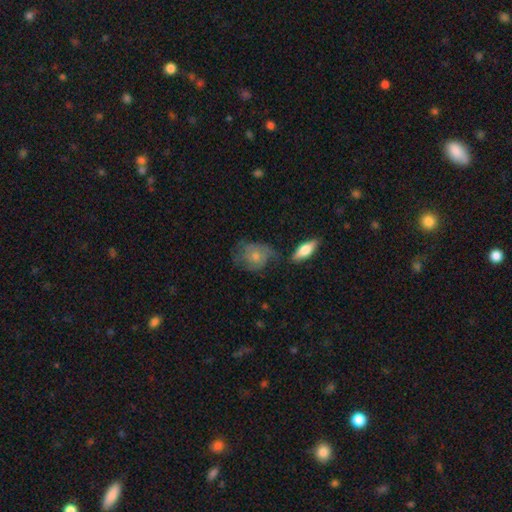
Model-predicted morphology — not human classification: A smooth galaxy with no disk features (58%) that is round (50%).

Vote fractions:
- Smooth or featured? smooth: 58% / featured or disk: 35% / star or artifact: 7%
- How rounded? round: 50% / in between: 47% / cigar-shaped: 2%
- Merging? none: 48% / minor disturbance: 30% / major disturbance: 15% / merger: 6%